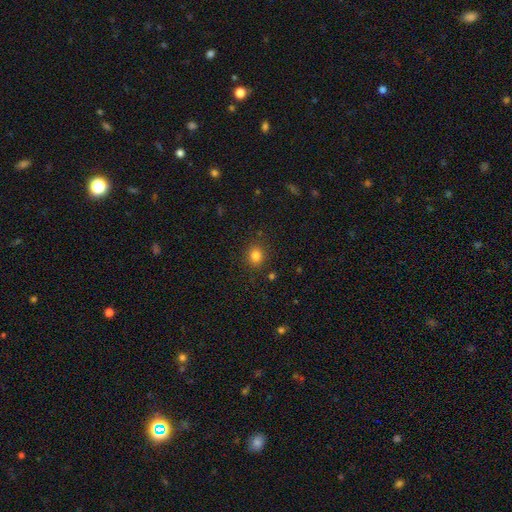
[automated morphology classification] smooth 82%, star or artifact 13%, featured or disk 5%. Down the decision tree: how rounded — round (77%); merging — none (88%).